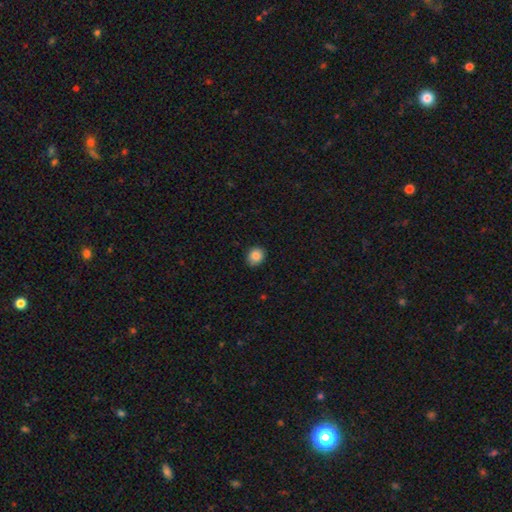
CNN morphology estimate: This appears to be a smooth galaxy with no disk features (86%) that is round (73%). Merging: none (88%).